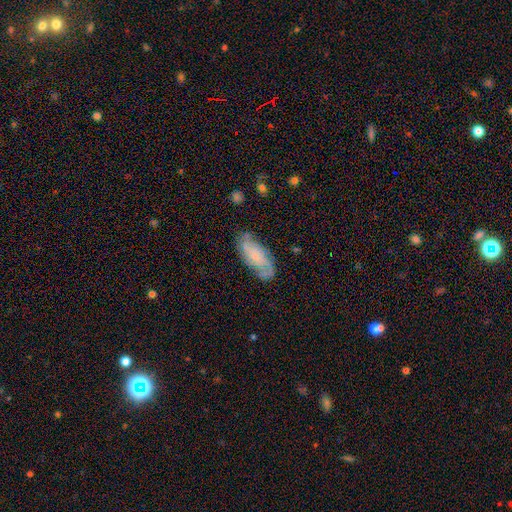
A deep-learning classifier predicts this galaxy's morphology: Smooth or featured? Predicted: featured or disk (p=0.51). Edge-on disk? Predicted: no (p=0.90). Merging? Predicted: none (p=0.69).